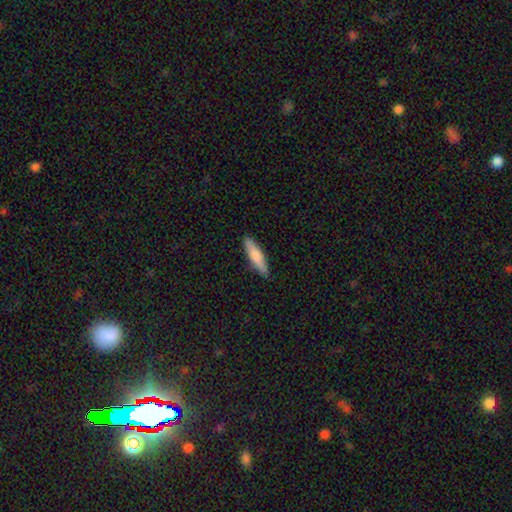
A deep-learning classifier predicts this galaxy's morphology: Overall: smooth (76%). How rounded: cigar-shaped (78%). Merging: none (88%).